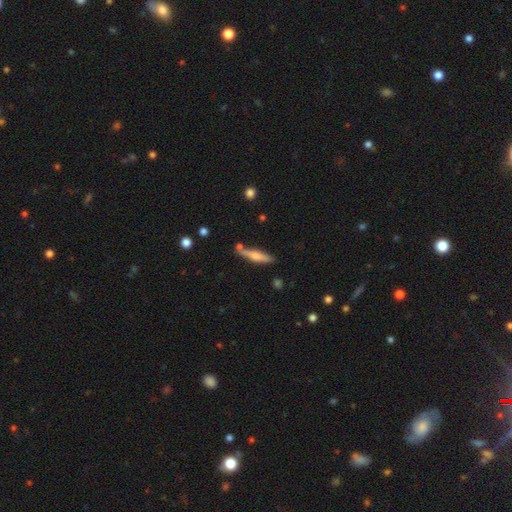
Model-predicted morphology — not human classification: The model was most divided on "smooth or featured": smooth: 54%, featured or disk: 40%, star or artifact: 6%. More confident: how rounded — cigar-shaped (86%); merging — none (74%).